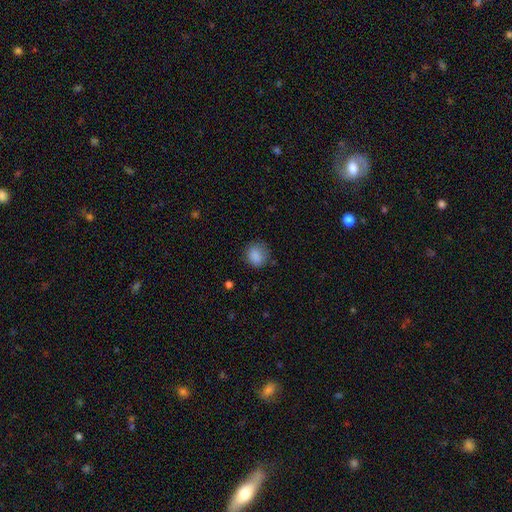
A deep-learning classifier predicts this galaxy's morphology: This is clearly a smooth galaxy (86%). How rounded: likely round (72%). Merging: likely none (74%).